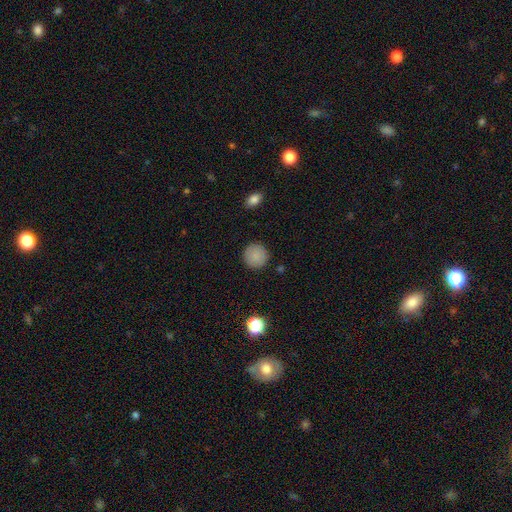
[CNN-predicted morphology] This is clearly a smooth galaxy (87%). How rounded: clearly round (95%). Merging: clearly none (91%).